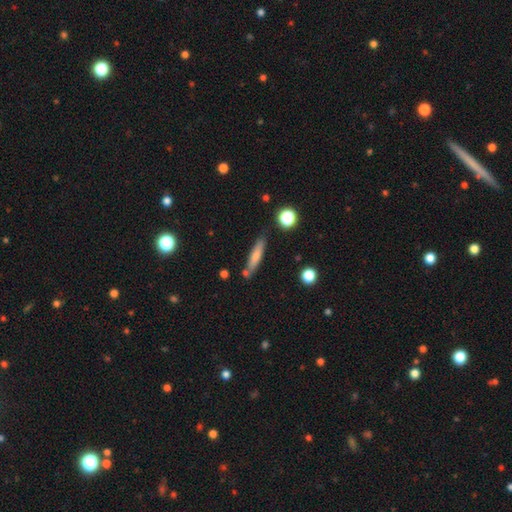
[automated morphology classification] This appears to be a smooth galaxy with no disk features (70%) that is cigar-shaped (85%). Merging: none (76%).